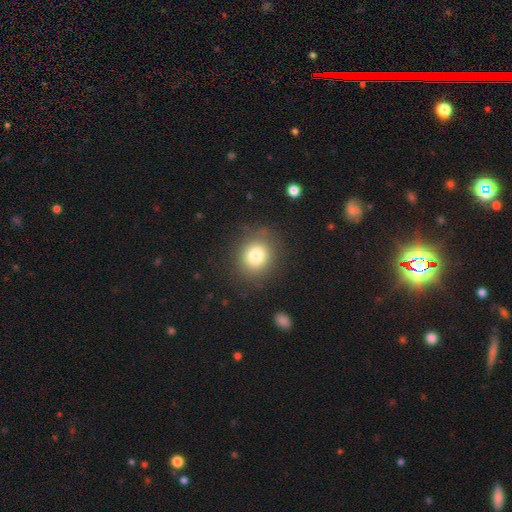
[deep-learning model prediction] A smooth galaxy with no disk features (80%) that is round (79%).

Vote fractions:
- Smooth or featured? smooth: 80% / star or artifact: 11% / featured or disk: 9%
- How rounded? round: 79% / in between: 20% / cigar-shaped: 1%
- Merging? none: 84% / minor disturbance: 10% / major disturbance: 4% / merger: 2%